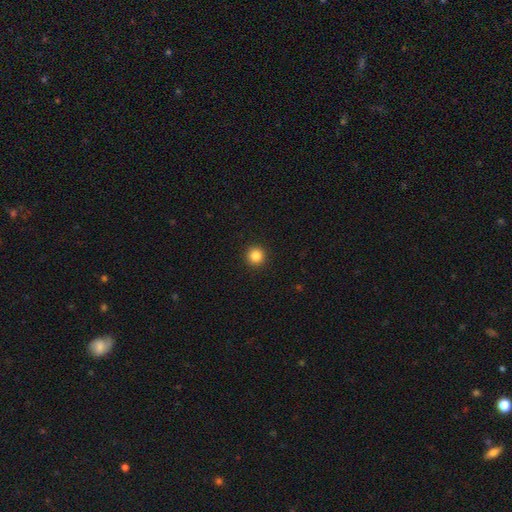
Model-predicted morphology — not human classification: Smooth or featured? smooth (85%)
How rounded? round (95%)
Merging? none (93%)